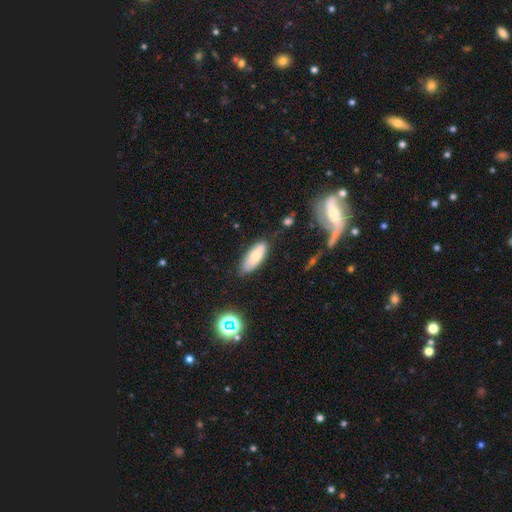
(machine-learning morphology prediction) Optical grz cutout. It shows a smooth galaxy with no disk features (74%) that is in between round and cigar-shaped (72%). Merging: none (77%).